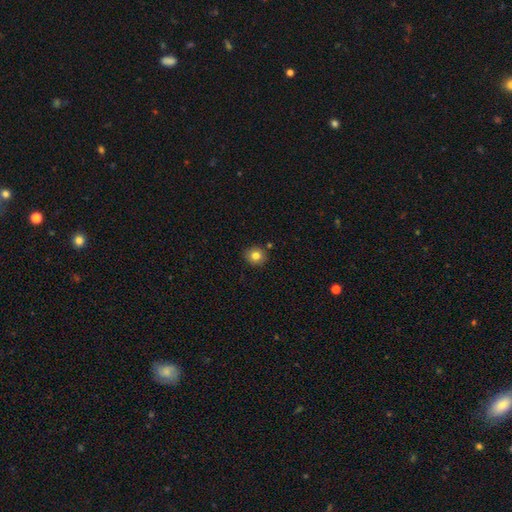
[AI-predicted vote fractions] A smooth galaxy with no disk features (80%) that is round (85%).

Vote fractions:
- Smooth or featured? smooth: 80% / star or artifact: 11% / featured or disk: 8%
- How rounded? round: 85% / in between: 14% / cigar-shaped: 1%
- Merging? none: 87% / minor disturbance: 8% / merger: 4% / major disturbance: 2%